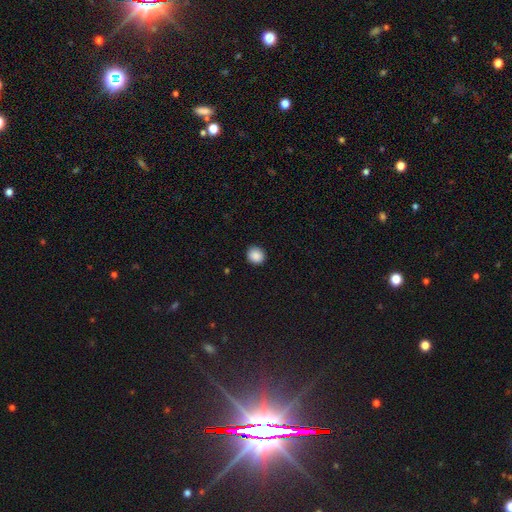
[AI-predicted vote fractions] Smooth or featured? Predicted: smooth (p=0.88). How rounded? Predicted: round (p=0.87). Merging? Predicted: none (p=0.91).